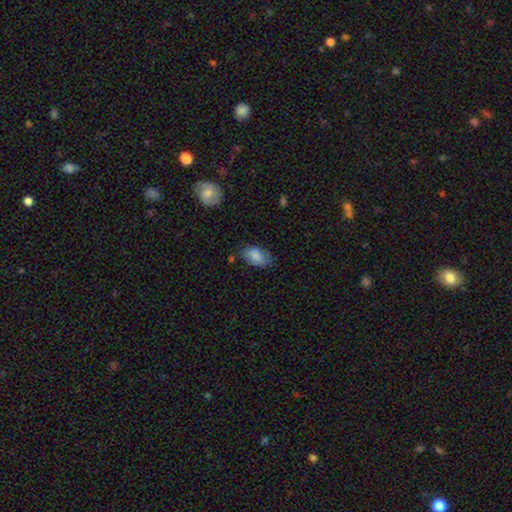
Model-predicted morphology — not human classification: Q: Smooth or featured?
A: smooth (82%); runner-up: featured or disk (11%)
Q: How rounded?
A: in between (91%); runner-up: round (7%)
Q: Merging?
A: none (64%); runner-up: minor disturbance (27%)